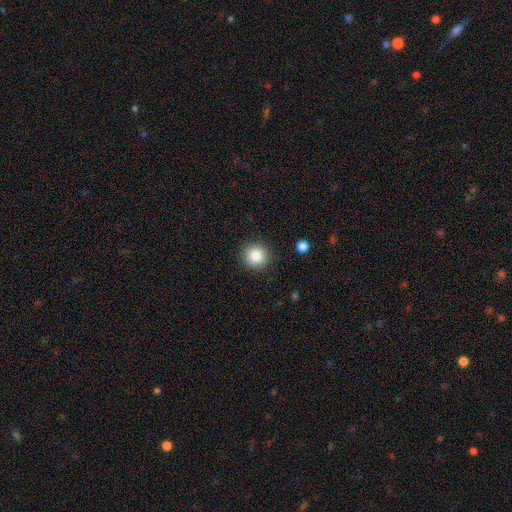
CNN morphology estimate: The model was most divided on "smooth or featured": smooth: 85%, star or artifact: 10%, featured or disk: 6%. More confident: how rounded — round (94%); merging — none (91%).